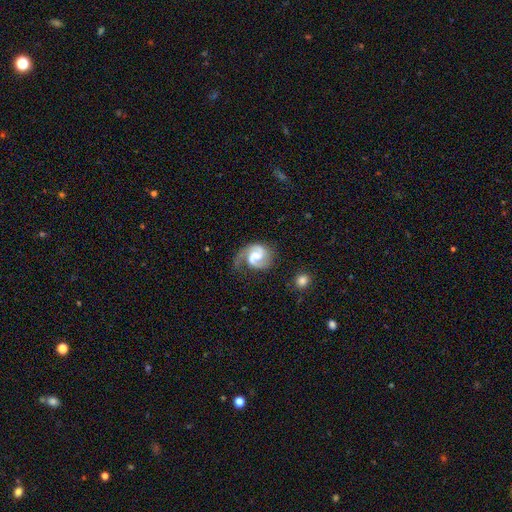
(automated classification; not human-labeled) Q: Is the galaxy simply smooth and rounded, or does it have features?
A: featured or disk — 88%.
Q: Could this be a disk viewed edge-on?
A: no — 98%.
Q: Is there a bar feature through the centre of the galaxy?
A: weak — 50%.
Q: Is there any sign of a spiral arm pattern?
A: yes — 97%.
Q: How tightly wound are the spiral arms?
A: medium — 54%.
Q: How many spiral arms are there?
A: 2 — 83%.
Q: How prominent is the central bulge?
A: moderate — 34%.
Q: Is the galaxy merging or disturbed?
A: none — 58%.